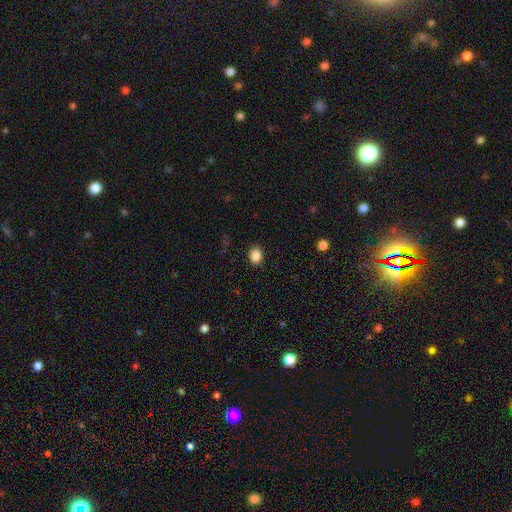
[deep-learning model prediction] Smooth or featured?
  - smooth: 87% *
  - star or artifact: 9%
  - featured or disk: 4%
How rounded?
  - in between: 66% *
  - round: 33%
  - cigar-shaped: 1%
Merging?
  - none: 89% *
  - minor disturbance: 8%
  - major disturbance: 2%
  - merger: 1%